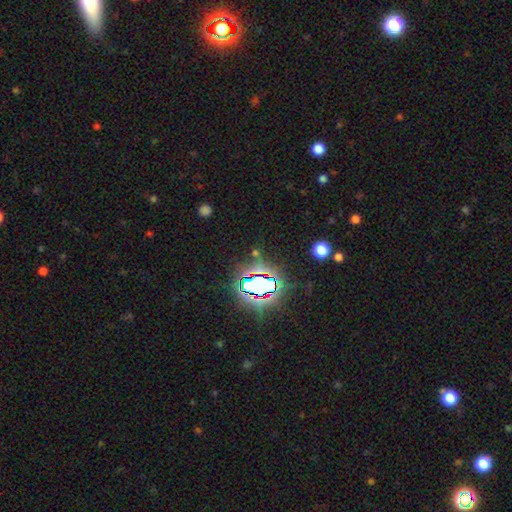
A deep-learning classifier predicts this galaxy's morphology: Smooth or featured: star or artifact — 77% (smooth — 15%)